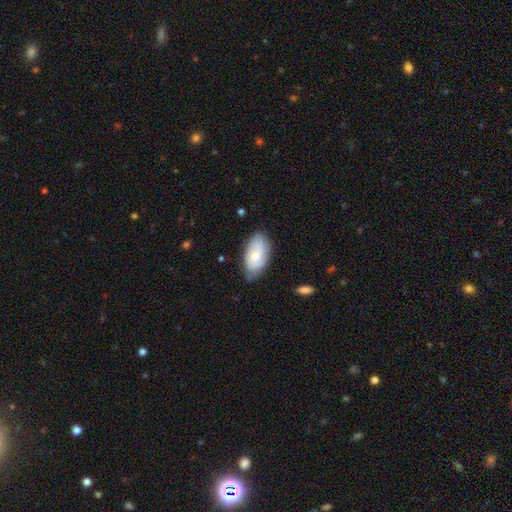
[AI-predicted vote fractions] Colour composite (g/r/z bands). It shows a smooth galaxy with no disk features (65%) that is in between round and cigar-shaped (94%). Merging: none (70%).